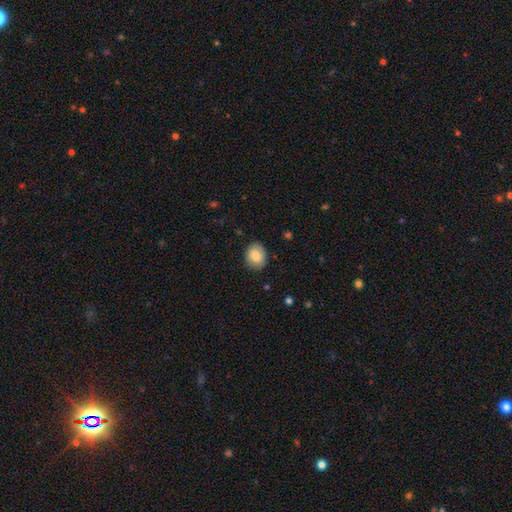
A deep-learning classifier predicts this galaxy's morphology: type=smooth (81%); roundness=round (52%); merging=none (84%).